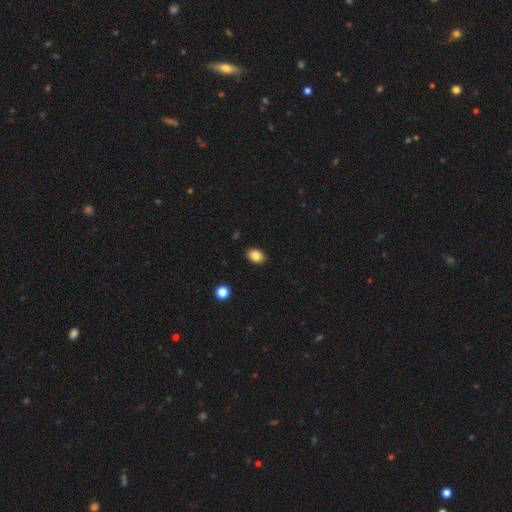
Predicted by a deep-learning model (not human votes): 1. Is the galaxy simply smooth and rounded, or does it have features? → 86% smooth, 9% star or artifact, 5% featured or disk.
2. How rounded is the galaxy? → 73% in between, 26% round, 1% cigar-shaped.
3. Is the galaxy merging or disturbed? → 89% none, 8% minor disturbance, 2% major disturbance, 1% merger.